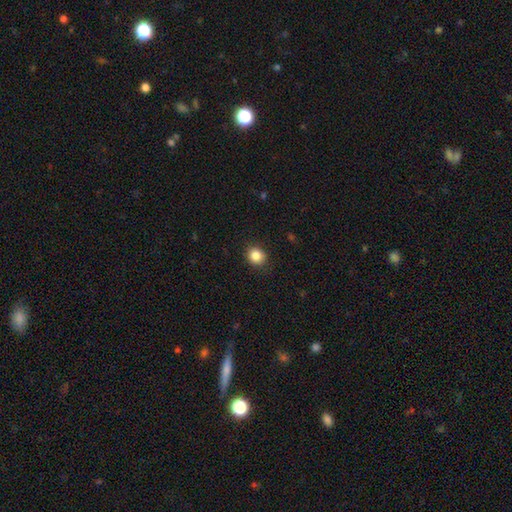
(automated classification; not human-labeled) smooth-or-featured: smooth: 85% | star or artifact: 10% | featured or disk: 4%
  how-rounded: round: 84% | in between: 16% | cigar-shaped: 1%
  merging: none: 88% | minor disturbance: 9% | major disturbance: 2% | merger: 1%